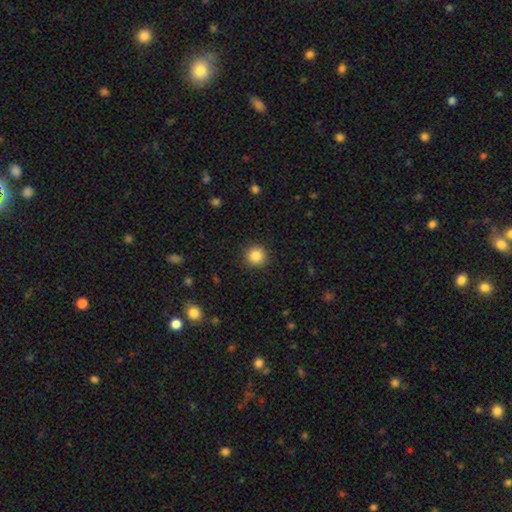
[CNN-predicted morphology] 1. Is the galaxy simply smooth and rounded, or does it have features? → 86% smooth, 10% star or artifact, 4% featured or disk.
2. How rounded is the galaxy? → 94% round, 5% in between, 1% cigar-shaped.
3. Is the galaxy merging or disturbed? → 91% none, 6% minor disturbance, 2% major disturbance, 1% merger.